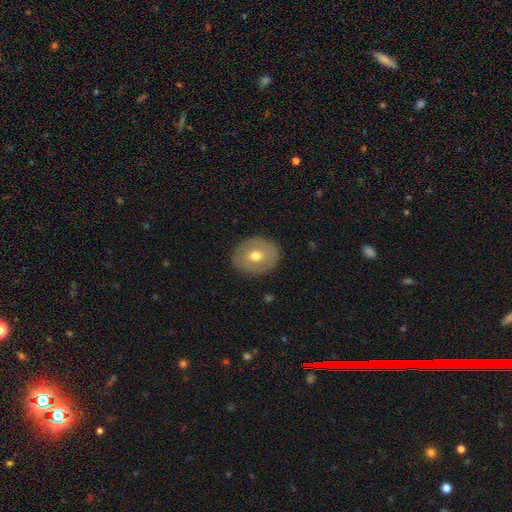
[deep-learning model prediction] This is possibly a smooth galaxy (56%). How rounded: possibly round (54%). Merging: clearly none (86%).